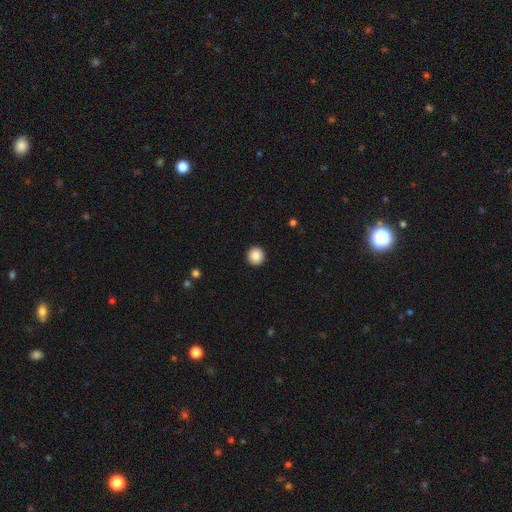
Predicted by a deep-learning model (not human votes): smooth_or_featured: smooth (p=0.88) [alt: star or artifact p=0.09]
how_rounded: round (p=0.96) [alt: in between p=0.03]
merging: none (p=0.93) [alt: minor disturbance p=0.04]